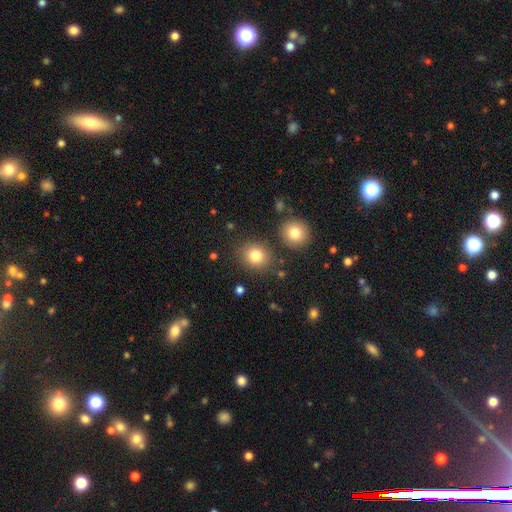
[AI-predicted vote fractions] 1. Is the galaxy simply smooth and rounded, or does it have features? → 80% smooth, 12% star or artifact, 8% featured or disk.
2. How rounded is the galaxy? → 76% round, 23% in between, 1% cigar-shaped.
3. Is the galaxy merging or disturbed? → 81% none, 9% minor disturbance, 6% merger, 4% major disturbance.